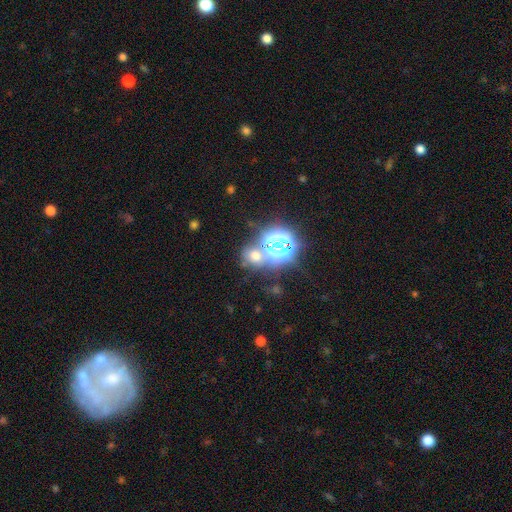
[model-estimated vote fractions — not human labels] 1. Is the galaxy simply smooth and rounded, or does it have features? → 47% smooth, 41% star or artifact, 12% featured or disk.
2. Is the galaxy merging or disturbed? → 54% none, 30% merger, 10% minor disturbance, 6% major disturbance.